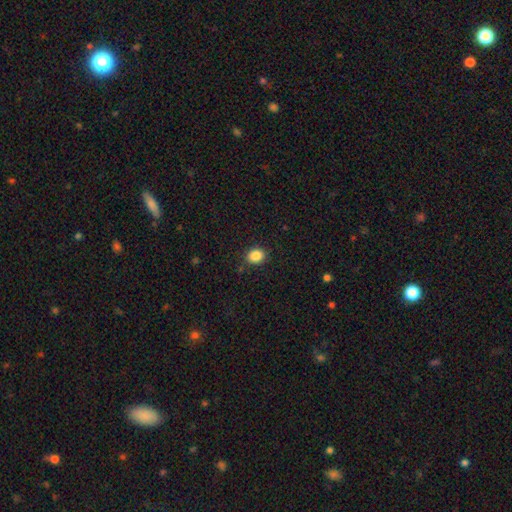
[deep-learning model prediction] smooth-or-featured: smooth: 86% | star or artifact: 10% | featured or disk: 4%
  how-rounded: round: 62% | in between: 37% | cigar-shaped: 1%
  merging: none: 87% | minor disturbance: 9% | major disturbance: 2% | merger: 1%